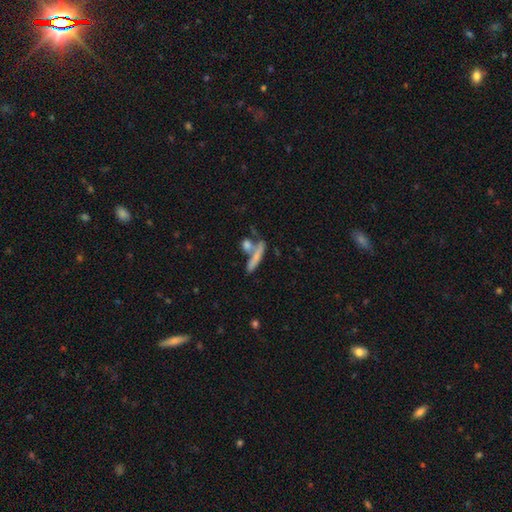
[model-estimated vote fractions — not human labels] This is likely a smooth galaxy (66%). How rounded: clearly cigar-shaped (80%). Merging: possibly none (54%).